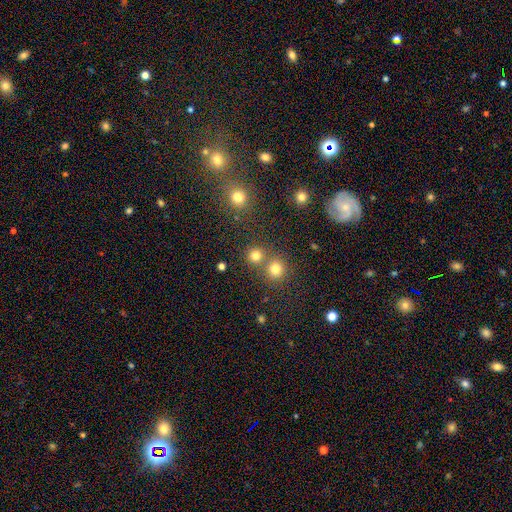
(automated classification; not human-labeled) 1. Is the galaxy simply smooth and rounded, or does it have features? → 78% smooth, 16% star or artifact, 6% featured or disk.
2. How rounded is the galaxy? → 91% round, 8% in between, 1% cigar-shaped.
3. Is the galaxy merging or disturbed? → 69% none, 23% merger, 6% minor disturbance, 3% major disturbance.